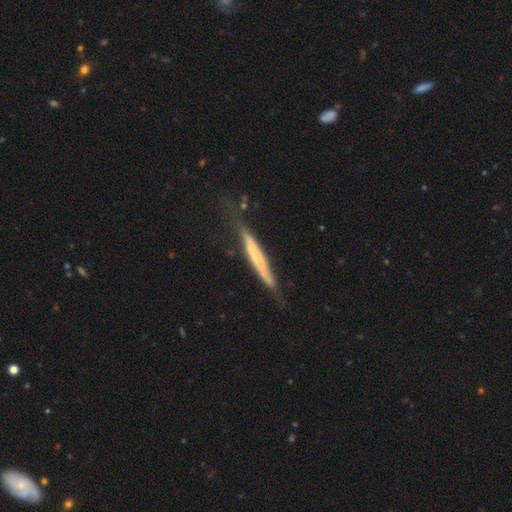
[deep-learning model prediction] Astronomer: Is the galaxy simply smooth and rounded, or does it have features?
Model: featured or disk — 60%.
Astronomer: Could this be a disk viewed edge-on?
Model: yes — 87%.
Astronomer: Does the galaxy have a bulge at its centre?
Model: none — 51% (runner-up: rounded, 40%).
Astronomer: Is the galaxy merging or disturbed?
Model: none — 62%.